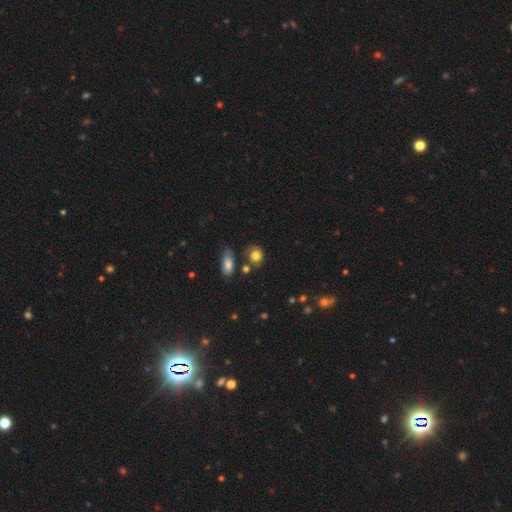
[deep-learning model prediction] Smooth or featured? Predicted: smooth (p=0.81). How rounded? Predicted: round (p=0.65). Merging? Predicted: none (p=0.57).